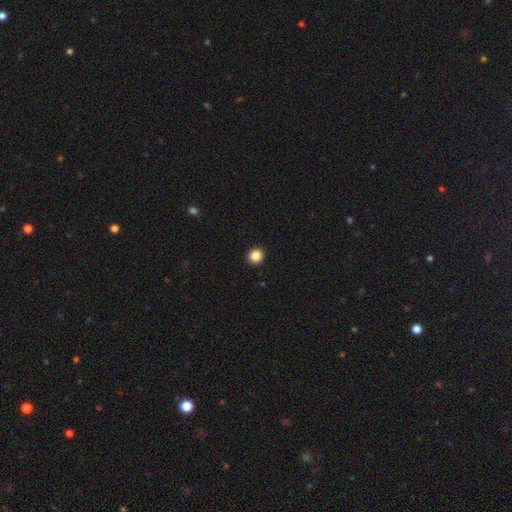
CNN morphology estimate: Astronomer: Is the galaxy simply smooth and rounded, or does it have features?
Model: smooth — 86%.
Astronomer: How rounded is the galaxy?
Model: round — 88%.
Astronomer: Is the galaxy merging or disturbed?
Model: none — 94%.